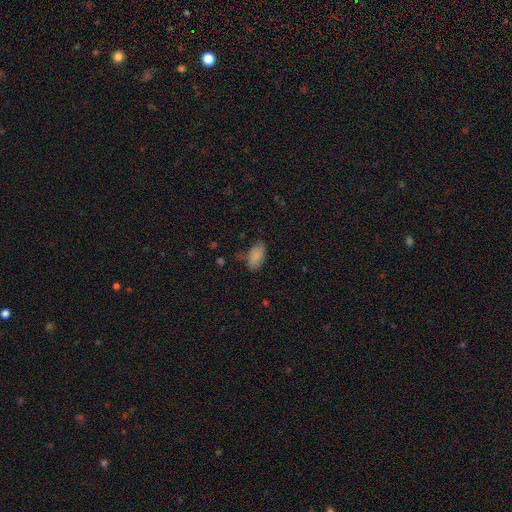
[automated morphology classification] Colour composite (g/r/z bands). It shows a smooth galaxy with no disk features (85%) that is in between round and cigar-shaped (94%). Merging: none (73%).